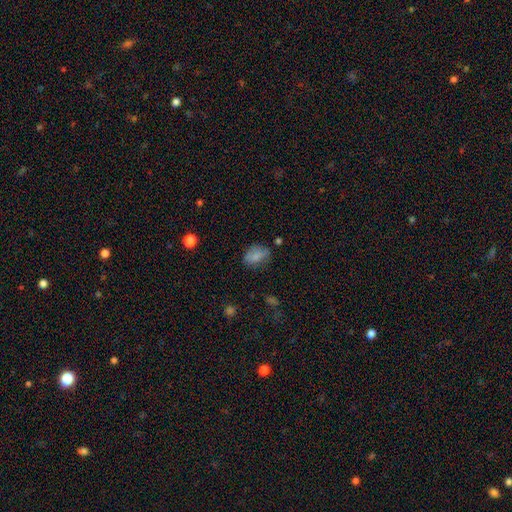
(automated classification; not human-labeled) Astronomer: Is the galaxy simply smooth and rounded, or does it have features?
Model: smooth — 72%.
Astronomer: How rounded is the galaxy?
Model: in between — 80%.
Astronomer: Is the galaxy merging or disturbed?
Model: none — 66%.